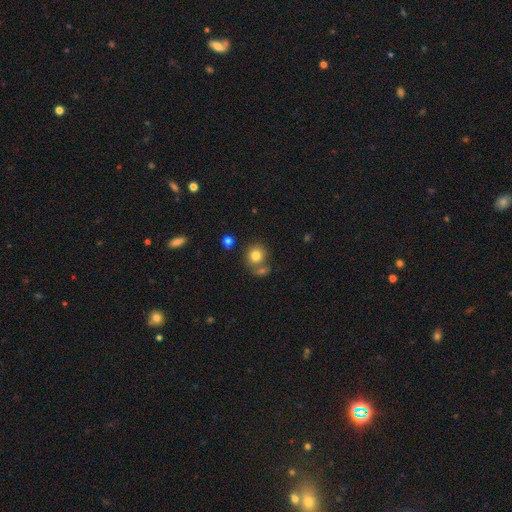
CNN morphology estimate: A smooth galaxy with no disk features (80%) that is round (85%). Merging: none (61%).